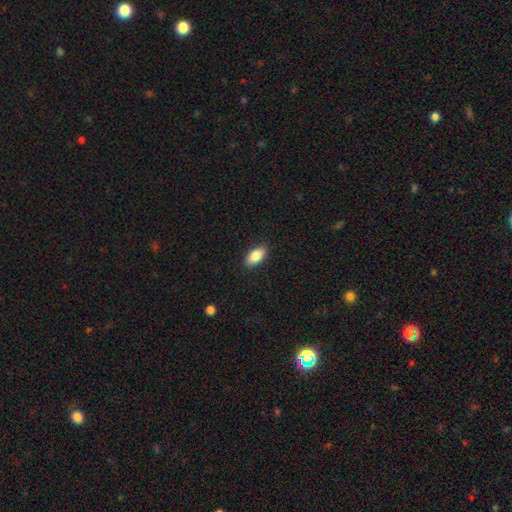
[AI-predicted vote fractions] This appears to be a smooth galaxy with no disk features (87%) that is in between round and cigar-shaped (92%). Merging: none (88%).